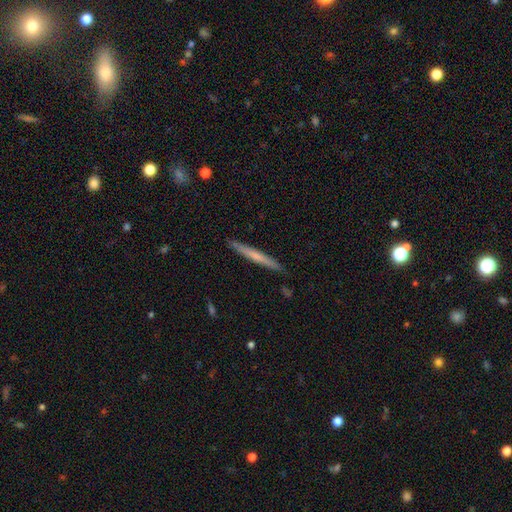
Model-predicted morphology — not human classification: Smooth or featured? Predicted: smooth (p=0.51). How rounded? Predicted: cigar-shaped (p=0.97). Merging? Predicted: none (p=0.91).